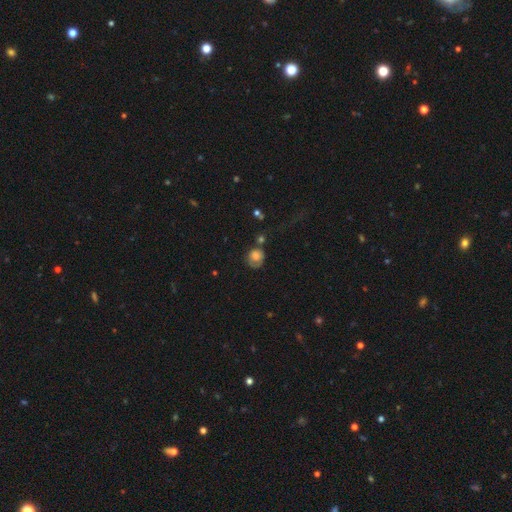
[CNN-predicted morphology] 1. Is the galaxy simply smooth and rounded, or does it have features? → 66% smooth, 25% featured or disk, 9% star or artifact.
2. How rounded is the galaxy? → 78% round, 21% in between, 1% cigar-shaped.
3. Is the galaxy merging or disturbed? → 52% none, 23% minor disturbance, 13% major disturbance, 12% merger.